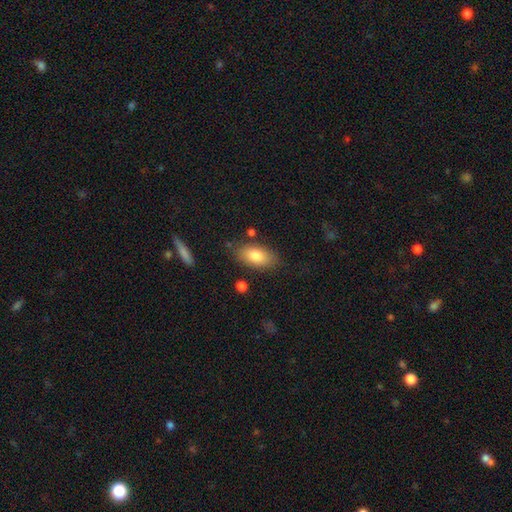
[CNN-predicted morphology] Q: Smooth or featured?
A: smooth (82%); runner-up: featured or disk (12%)
Q: How rounded?
A: in between (91%); runner-up: cigar-shaped (5%)
Q: Merging?
A: none (78%); runner-up: minor disturbance (15%)